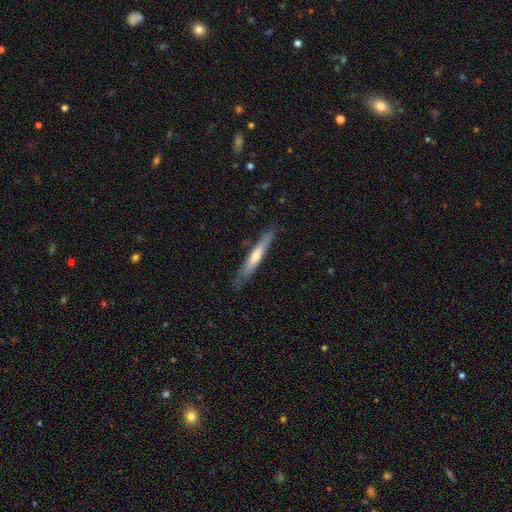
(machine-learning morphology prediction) This is possibly a smooth galaxy (48%). Merging: clearly none (81%).